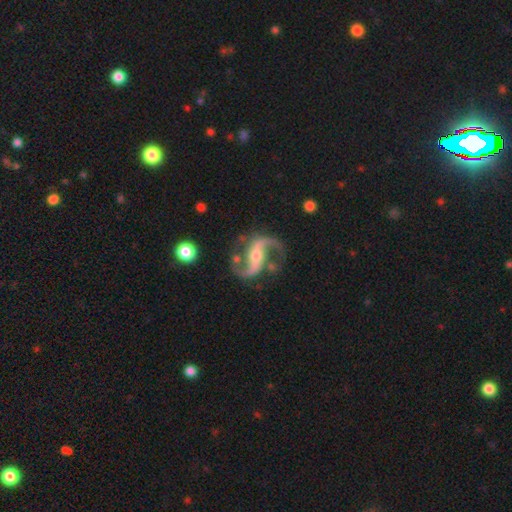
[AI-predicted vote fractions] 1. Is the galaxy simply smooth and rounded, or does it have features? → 93% featured or disk, 5% star or artifact, 3% smooth.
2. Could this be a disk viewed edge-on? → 97% no, 3% yes.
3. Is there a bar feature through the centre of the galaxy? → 48% strong, 29% weak, 23% no.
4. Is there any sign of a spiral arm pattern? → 98% yes, 2% no.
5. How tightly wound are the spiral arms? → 50% loose, 42% medium, 9% tight.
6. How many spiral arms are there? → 94% 2, 1% 1, 1% can't tell, 1% 3, 1% 4, 1% more than 4.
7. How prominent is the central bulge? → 52% small, 43% moderate, 2% large, 2% none, 1% dominant.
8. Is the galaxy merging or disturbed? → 76% none, 14% minor disturbance, 8% major disturbance, 3% merger.